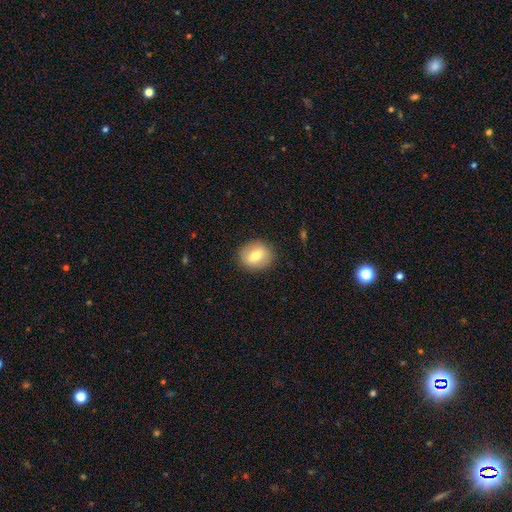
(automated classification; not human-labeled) A smooth galaxy with no disk features (68%) that is round (66%).

Vote fractions:
- Smooth or featured? smooth: 68% / featured or disk: 24% / star or artifact: 8%
- How rounded? round: 66% / in between: 33% / cigar-shaped: 1%
- Merging? none: 87% / minor disturbance: 9% / major disturbance: 3% / merger: 1%